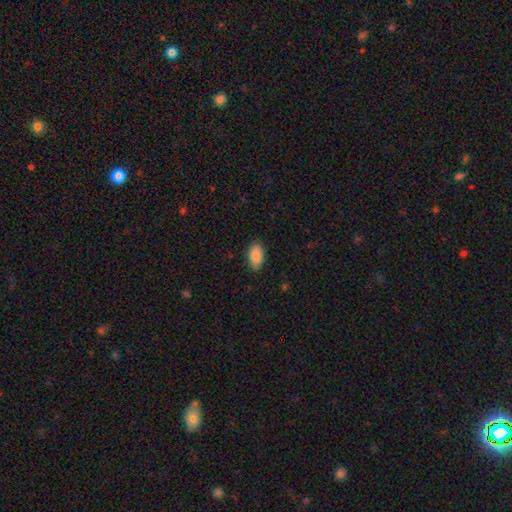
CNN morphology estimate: Smooth or featured?
  - smooth: 89% *
  - star or artifact: 6%
  - featured or disk: 4%
How rounded?
  - in between: 95% *
  - round: 3%
  - cigar-shaped: 2%
Merging?
  - none: 87% *
  - minor disturbance: 10%
  - major disturbance: 2%
  - merger: 1%